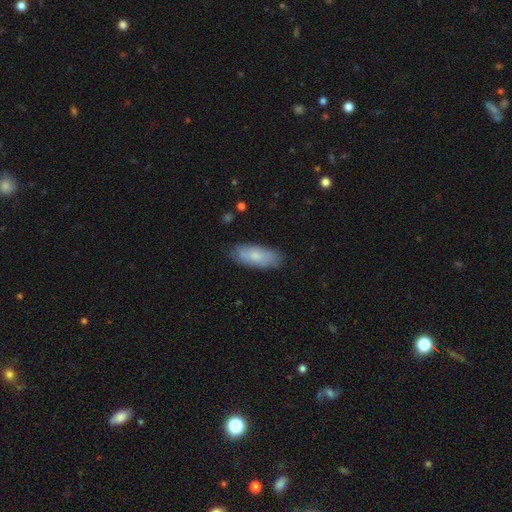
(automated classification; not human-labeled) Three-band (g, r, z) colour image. It shows a smooth galaxy with no disk features (75%) that is in between round and cigar-shaped (79%). Merging: none (80%).